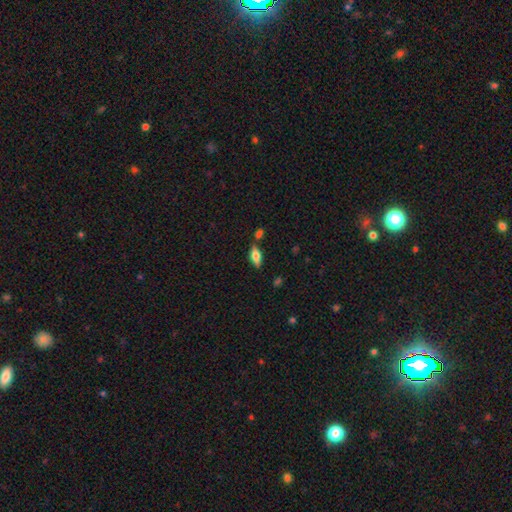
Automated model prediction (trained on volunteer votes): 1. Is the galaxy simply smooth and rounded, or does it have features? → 64% smooth, 28% featured or disk, 8% star or artifact.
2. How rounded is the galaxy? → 76% in between, 21% cigar-shaped, 3% round.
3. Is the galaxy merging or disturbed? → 73% none, 13% minor disturbance, 10% merger, 4% major disturbance.